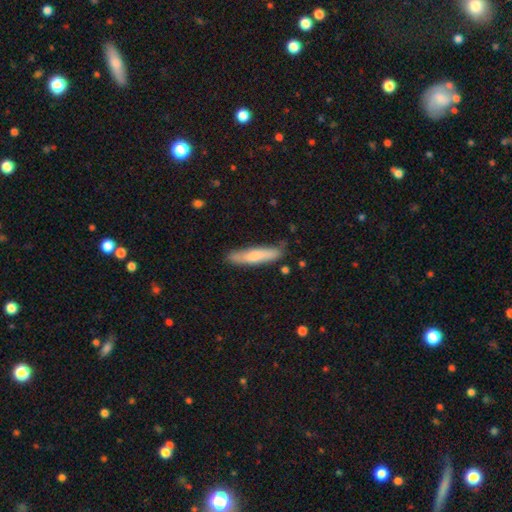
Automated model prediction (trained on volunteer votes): Overall: smooth (70%). How rounded: cigar-shaped (86%). Merging: none (80%).